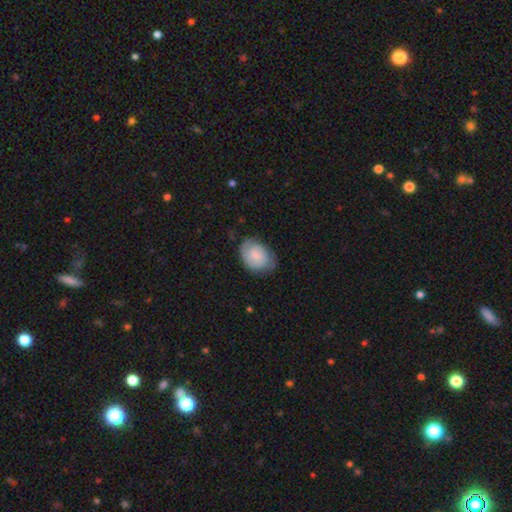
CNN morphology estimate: smooth-or-featured: smooth: 53% | featured or disk: 39% | star or artifact: 7%
  how-rounded: in between: 70% | round: 28% | cigar-shaped: 1%
  merging: none: 61% | minor disturbance: 28% | major disturbance: 9% | merger: 1%